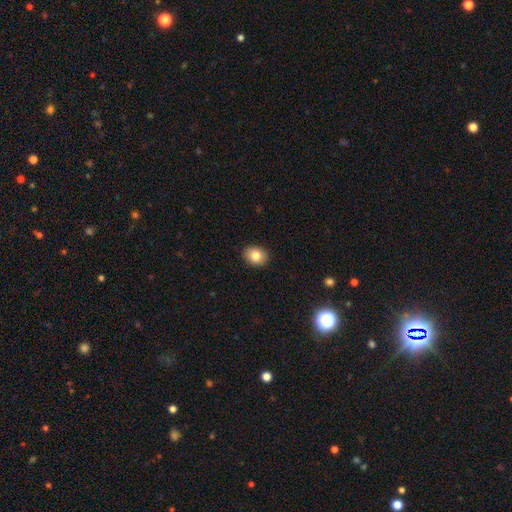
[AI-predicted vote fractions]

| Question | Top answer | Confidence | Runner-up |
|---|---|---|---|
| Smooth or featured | smooth | 82% | star or artifact (9%) |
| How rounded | in between | 52% | round (47%) |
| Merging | none | 90% | minor disturbance (7%) |